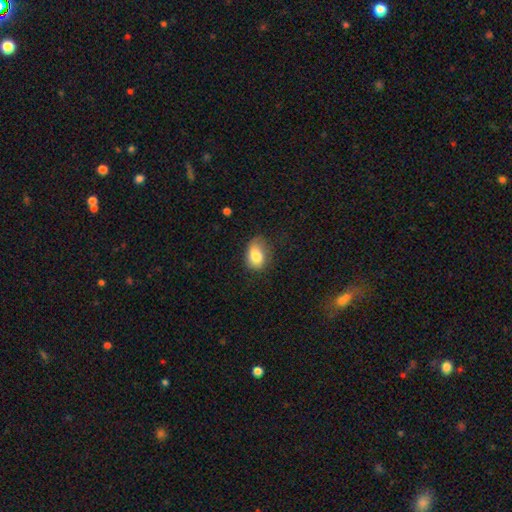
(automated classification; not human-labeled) The model was most divided on "merging": none: 55%, minor disturbance: 32%, major disturbance: 11%, merger: 2%. More confident: smooth or featured — smooth (81%); how rounded — in between (78%).